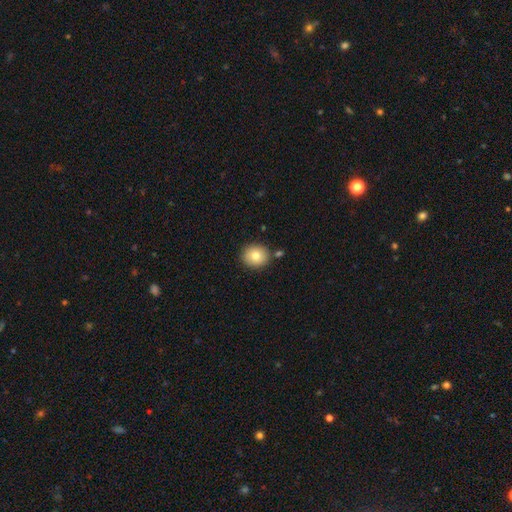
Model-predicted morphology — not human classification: smooth-or-featured: smooth: 79% | featured or disk: 11% | star or artifact: 10%
  how-rounded: round: 82% | in between: 17% | cigar-shaped: 1%
  merging: none: 83% | minor disturbance: 9% | merger: 6% | major disturbance: 2%